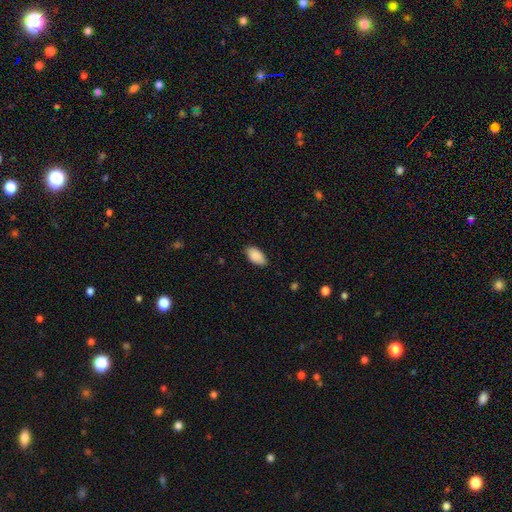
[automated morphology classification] This is clearly a smooth galaxy (90%). How rounded: clearly in between (95%). Merging: clearly none (86%).